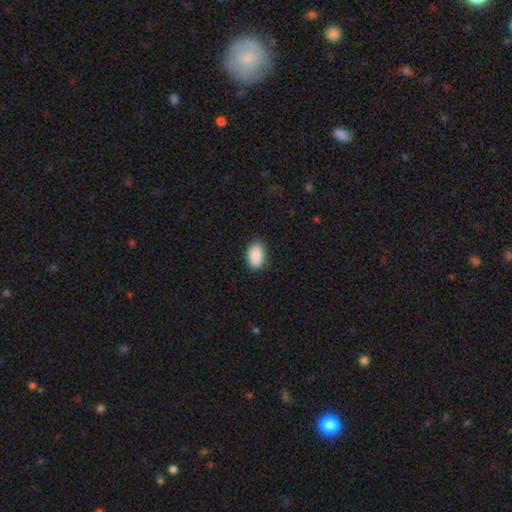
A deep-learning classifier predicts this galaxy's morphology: A smooth galaxy with no disk features (90%) that is in between round and cigar-shaped (91%).

Vote fractions:
- Smooth or featured? smooth: 90% / star or artifact: 7% / featured or disk: 4%
- How rounded? in between: 91% / round: 7% / cigar-shaped: 1%
- Merging? none: 85% / minor disturbance: 12% / major disturbance: 2% / merger: 1%